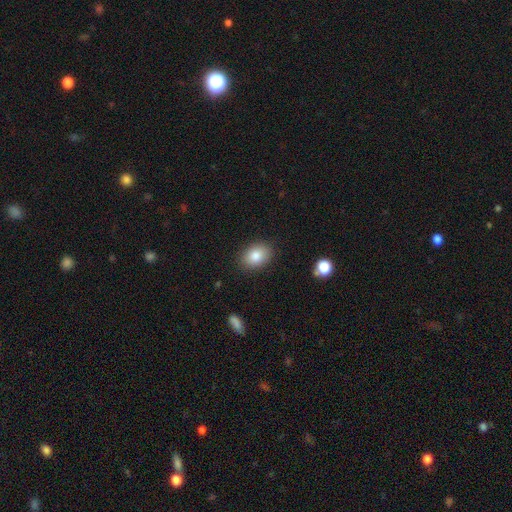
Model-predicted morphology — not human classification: This appears to be a smooth galaxy with no disk features (84%) that is in between round and cigar-shaped (76%). Merging: none (86%).